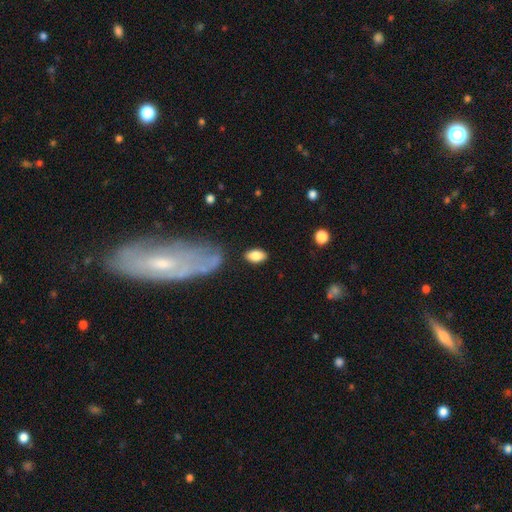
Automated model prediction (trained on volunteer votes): smooth 82%, featured or disk 11%, star or artifact 7%. Down the decision tree: how rounded — in between (91%); merging — none (83%).